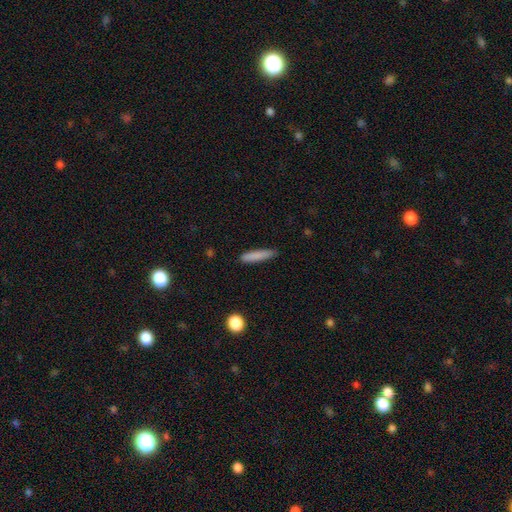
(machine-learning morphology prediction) Smooth or featured? Predicted: smooth (p=0.84). How rounded? Predicted: cigar-shaped (p=0.86). Merging? Predicted: none (p=0.80).